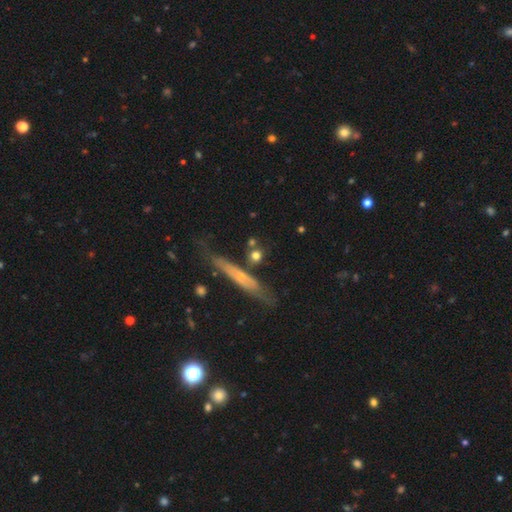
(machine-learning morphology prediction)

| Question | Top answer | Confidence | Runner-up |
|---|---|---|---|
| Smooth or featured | smooth | 67% | featured or disk (23%) |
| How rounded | round | 66% | cigar-shaped (23%) |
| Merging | none | 71% | minor disturbance (14%) |